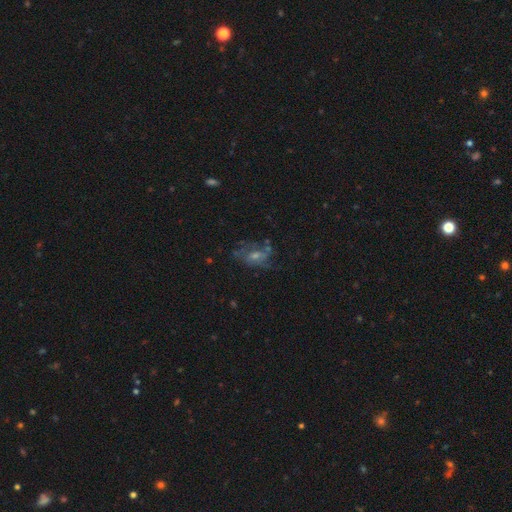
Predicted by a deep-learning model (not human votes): smooth_or_featured: featured or disk (p=0.58) [alt: smooth p=0.21]
disk_edge_on: no (p=0.95) [alt: yes p=0.05]
bar: no (p=0.62) [alt: weak p=0.31]
has_spiral_arms: yes (p=0.68) [alt: no p=0.32]
bulge_size: moderate (p=0.46) [alt: small p=0.42]
merging: none (p=0.56) [alt: minor disturbance p=0.20]